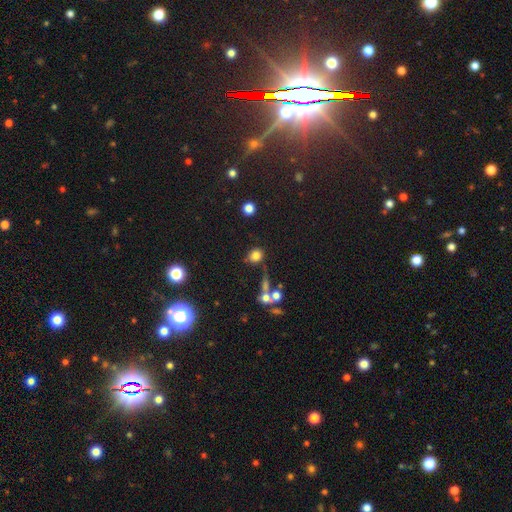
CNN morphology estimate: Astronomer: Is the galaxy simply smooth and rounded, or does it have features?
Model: smooth — 79%.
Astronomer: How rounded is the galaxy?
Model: round — 72%.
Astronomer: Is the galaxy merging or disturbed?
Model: none — 66%.